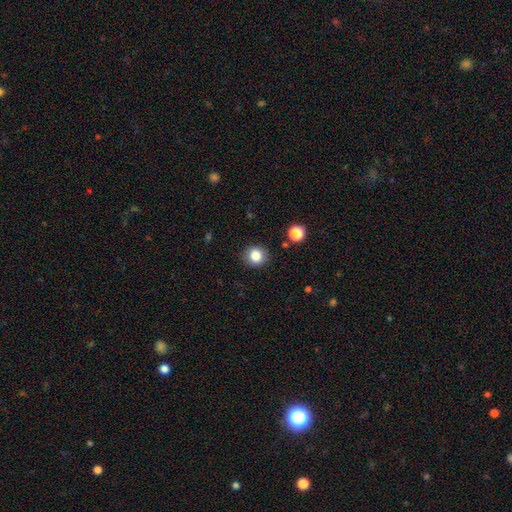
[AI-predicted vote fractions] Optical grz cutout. It shows a smooth galaxy with no disk features (83%) that is round (89%). Merging: none (89%).